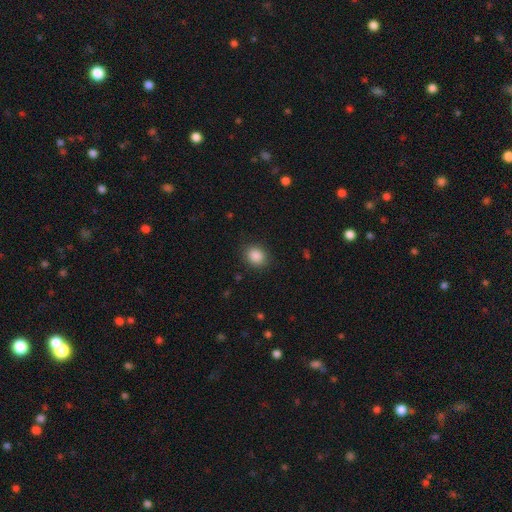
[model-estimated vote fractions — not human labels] A smooth galaxy with no disk features (88%) that is round (60%).

Vote fractions:
- Smooth or featured? smooth: 88% / star or artifact: 9% / featured or disk: 3%
- How rounded? round: 60% / in between: 39% / cigar-shaped: 1%
- Merging? none: 87% / minor disturbance: 9% / major disturbance: 3% / merger: 1%